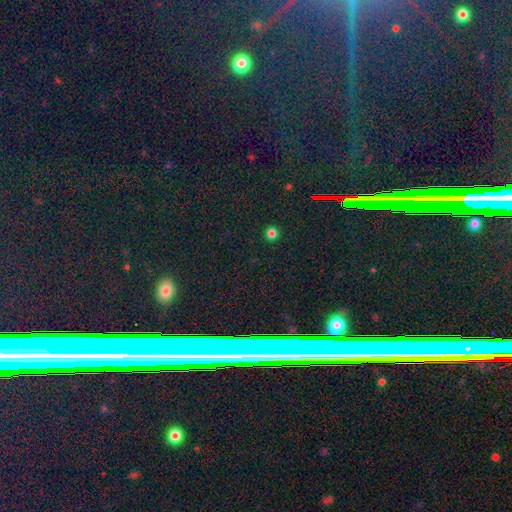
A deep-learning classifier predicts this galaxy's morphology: Smooth or featured? Predicted: star or artifact (p=0.83).